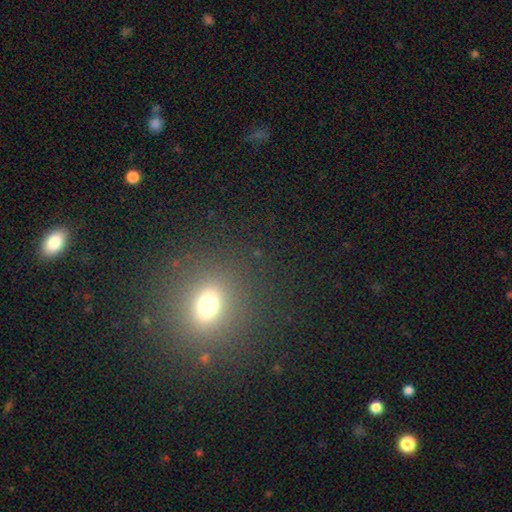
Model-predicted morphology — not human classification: Q: Smooth or featured?
A: smooth (65%); runner-up: star or artifact (23%)
Q: How rounded?
A: round (61%); runner-up: in between (37%)
Q: Merging?
A: none (89%); runner-up: minor disturbance (7%)